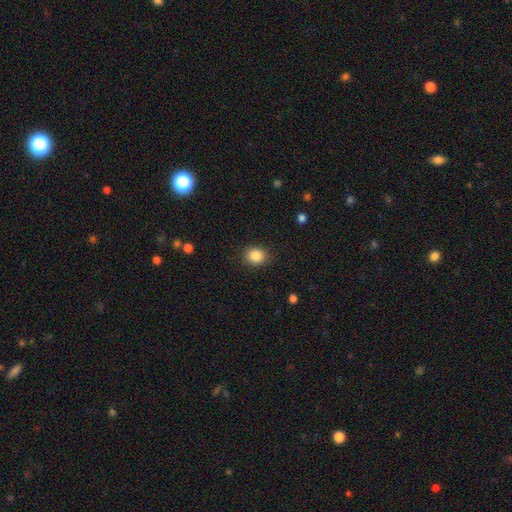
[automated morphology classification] A smooth galaxy with no disk features (86%) that is round (67%).

Vote fractions:
- Smooth or featured? smooth: 86% / star or artifact: 9% / featured or disk: 4%
- How rounded? round: 67% / in between: 32% / cigar-shaped: 1%
- Merging? none: 87% / minor disturbance: 9% / major disturbance: 3% / merger: 1%